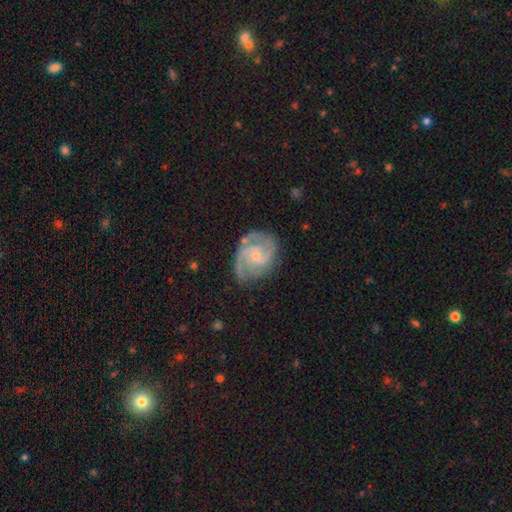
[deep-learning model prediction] Smooth or featured? Predicted: featured or disk (p=0.90). Edge-on disk? Predicted: no (p=0.98). Bar? Predicted: no (p=0.60). Spiral arms? Predicted: yes (p=0.98). Spiral winding? Predicted: medium (p=0.50). Spiral arm count? Predicted: 2 (p=0.63). Bulge size? Predicted: small (p=0.73). Merging? Predicted: none (p=0.72).